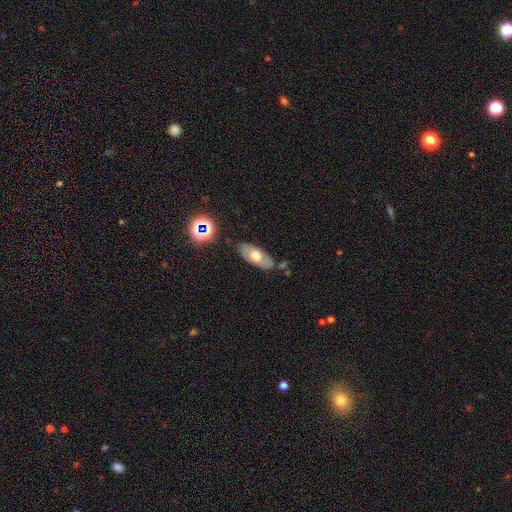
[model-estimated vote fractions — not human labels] A smooth galaxy with no disk features (52%) that is in between round and cigar-shaped (88%). Merging: none (77%).